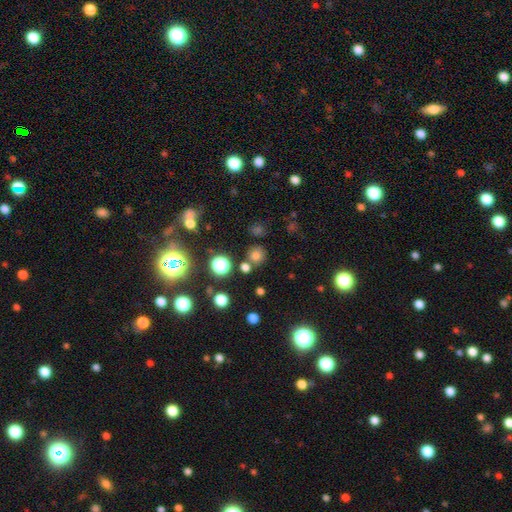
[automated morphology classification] The model was most divided on "smooth or featured": smooth: 67%, star or artifact: 26%, featured or disk: 7%. More confident: how rounded — round (90%); merging — none (76%).